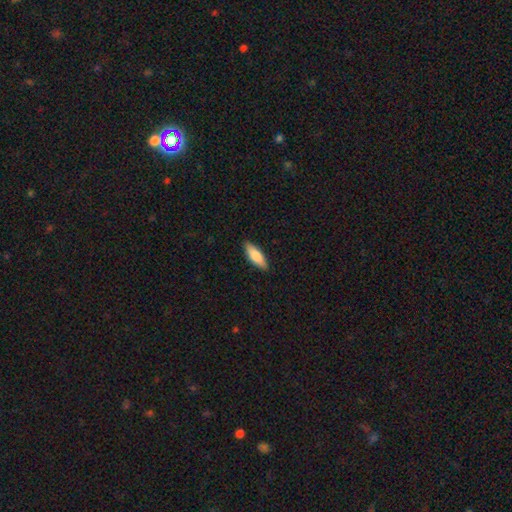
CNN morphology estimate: type=smooth (81%); roundness=in between (59%); merging=none (89%).